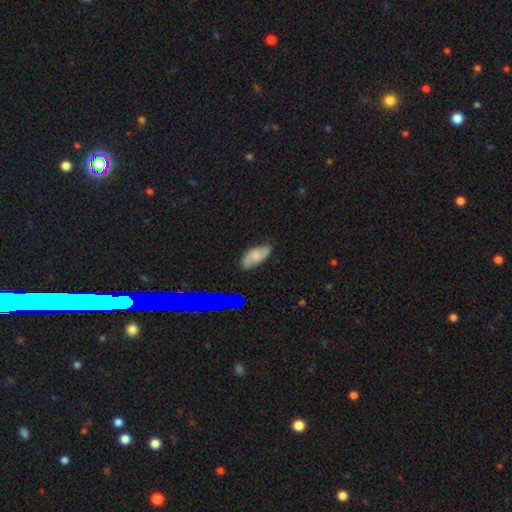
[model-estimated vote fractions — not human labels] Smooth or featured? Predicted: smooth (p=0.55). How rounded? Predicted: in between (p=0.90). Merging? Predicted: none (p=0.70).